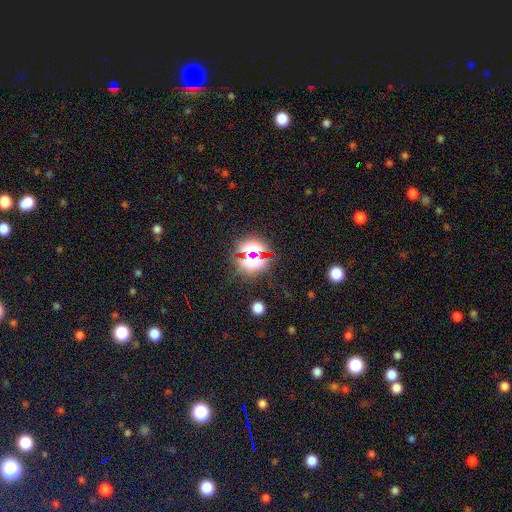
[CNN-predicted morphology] The model was most divided on "smooth or featured": star or artifact: 70%, smooth: 20%, featured or disk: 10%.